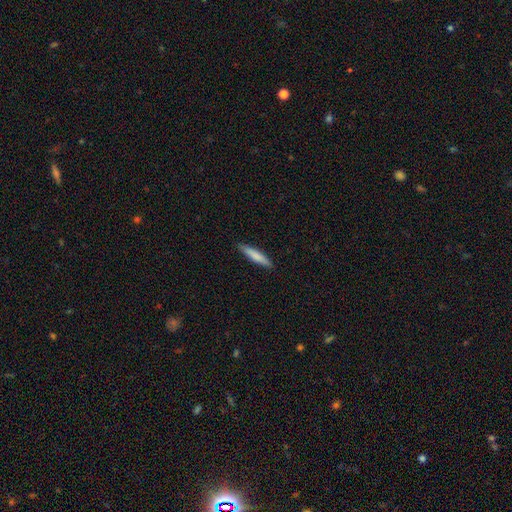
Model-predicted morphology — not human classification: smooth_or_featured: smooth (p=0.77) [alt: featured or disk p=0.18]
how_rounded: cigar-shaped (p=0.90) [alt: in between p=0.09]
merging: none (p=0.89) [alt: minor disturbance p=0.08]